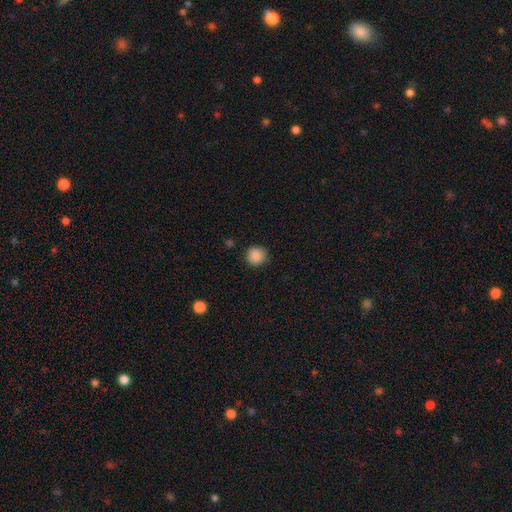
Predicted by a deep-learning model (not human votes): Smooth or featured?
  - smooth: 88% *
  - star or artifact: 9%
  - featured or disk: 3%
How rounded?
  - round: 92% *
  - in between: 7%
  - cigar-shaped: 1%
Merging?
  - none: 87% *
  - minor disturbance: 9%
  - major disturbance: 2%
  - merger: 1%